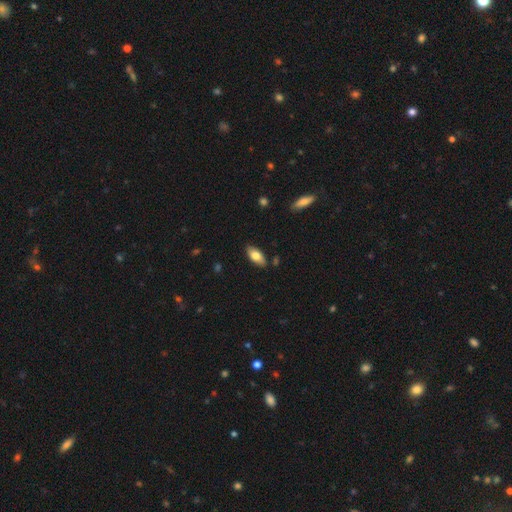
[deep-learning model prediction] Smooth or featured? smooth (76%)
How rounded? in between (88%)
Merging? none (85%)